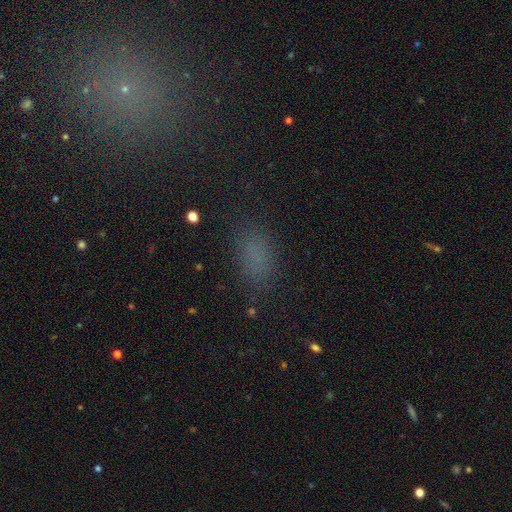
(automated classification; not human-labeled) Smooth or featured: smooth — 72% (star or artifact — 21%)
How rounded: in between — 87% (round — 10%)
Merging: none — 79% (minor disturbance — 13%)